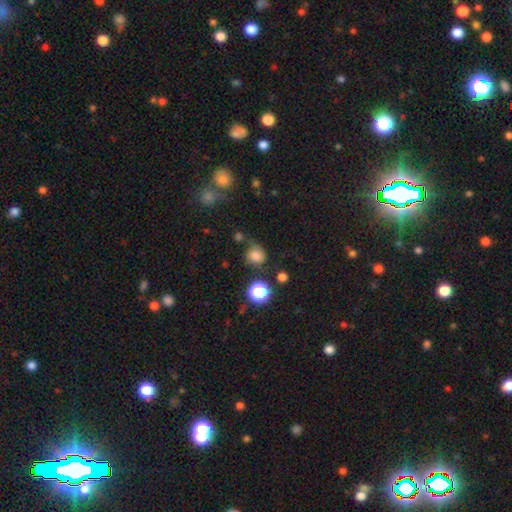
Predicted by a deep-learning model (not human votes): smooth-or-featured: smooth: 73% | star or artifact: 16% | featured or disk: 11%
  how-rounded: round: 82% | in between: 17% | cigar-shaped: 1%
  merging: none: 61% | minor disturbance: 23% | major disturbance: 9% | merger: 6%